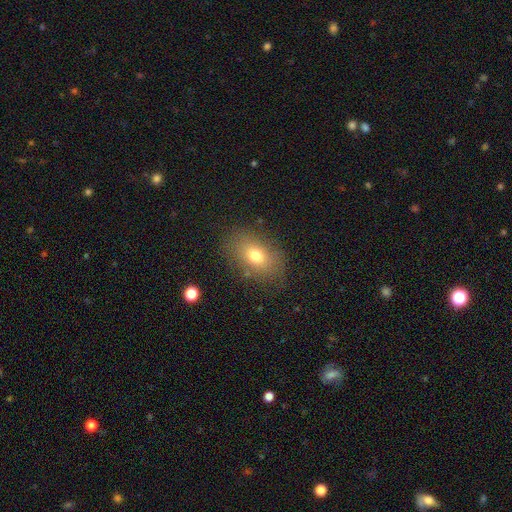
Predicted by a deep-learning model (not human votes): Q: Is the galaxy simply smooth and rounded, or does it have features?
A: smooth — 72%.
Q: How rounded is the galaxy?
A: in between — 80%.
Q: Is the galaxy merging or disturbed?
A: none — 80%.